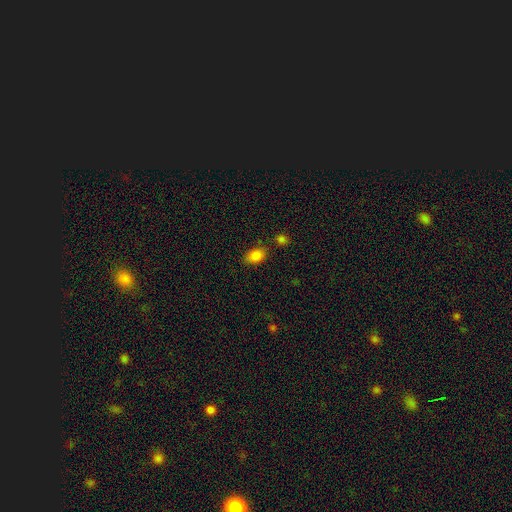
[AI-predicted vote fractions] A smooth galaxy with no disk features (85%) that is in between round and cigar-shaped (84%). Merging: none (75%).